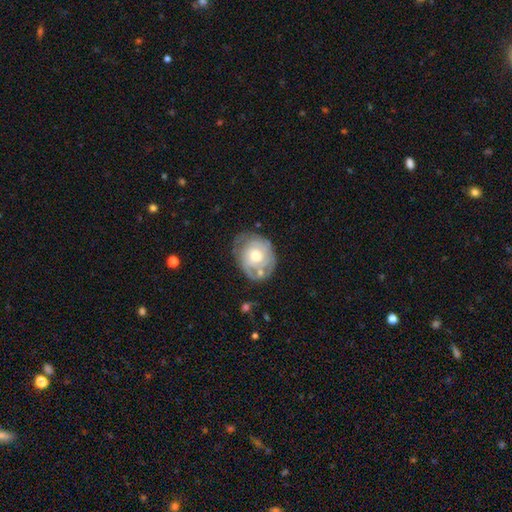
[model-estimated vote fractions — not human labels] Smooth or featured? featured or disk (68%)
Edge-on disk? no (97%)
Bar? no (80%)
Spiral arms? yes (77%)
Spiral winding? tight (67%)
Spiral arm count? can't tell (45%)
Bulge size? moderate (66%)
Merging? none (62%)